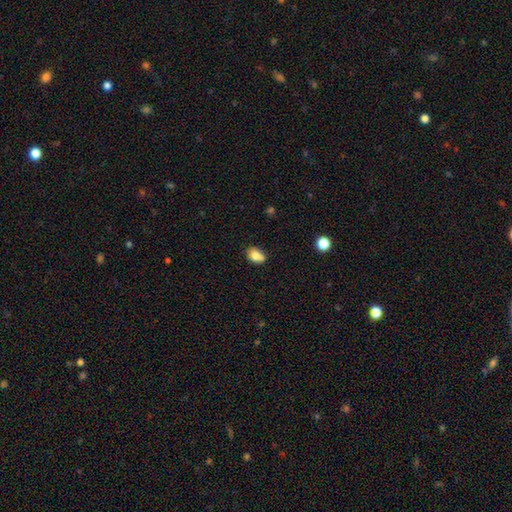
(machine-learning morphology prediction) Smooth or featured: smooth — 78% (featured or disk — 12%)
How rounded: in between — 73% (round — 26%)
Merging: none — 62% (minor disturbance — 24%)